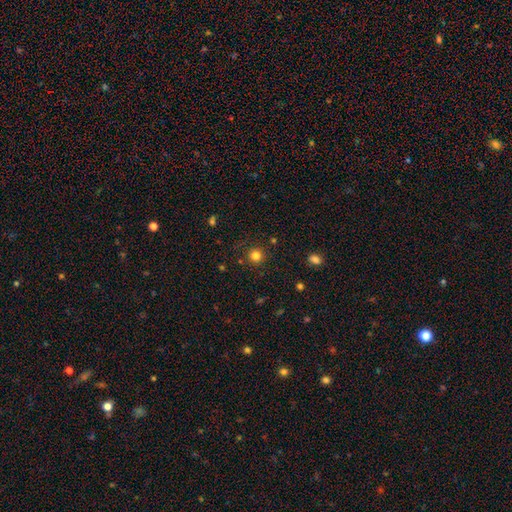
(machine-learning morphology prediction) Q: Smooth or featured?
A: smooth (81%); runner-up: star or artifact (14%)
Q: How rounded?
A: round (94%); runner-up: in between (6%)
Q: Merging?
A: none (87%); runner-up: minor disturbance (8%)